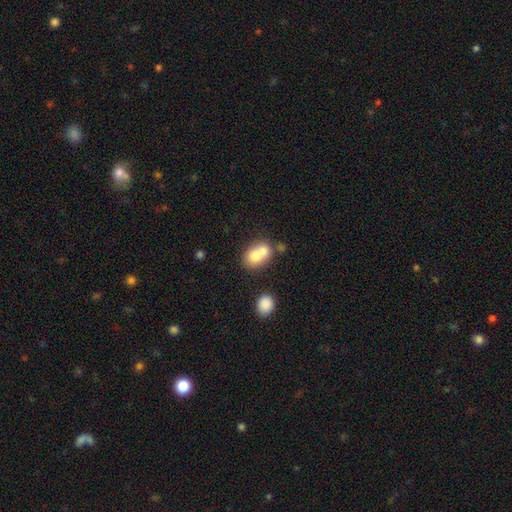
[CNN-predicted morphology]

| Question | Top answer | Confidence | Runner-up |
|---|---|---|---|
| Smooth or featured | smooth | 71% | featured or disk (20%) |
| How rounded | round | 50% | in between (49%) |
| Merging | merger | 63% | none (26%) |